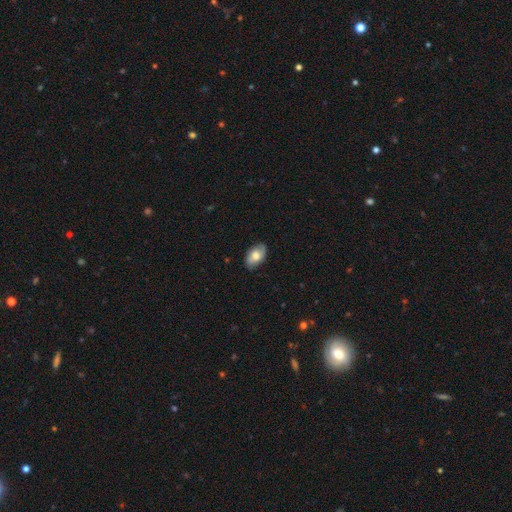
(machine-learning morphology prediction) smooth_or_featured: smooth (p=0.66) [alt: featured or disk p=0.27]
how_rounded: in between (p=0.92) [alt: round p=0.07]
merging: none (p=0.82) [alt: minor disturbance p=0.14]